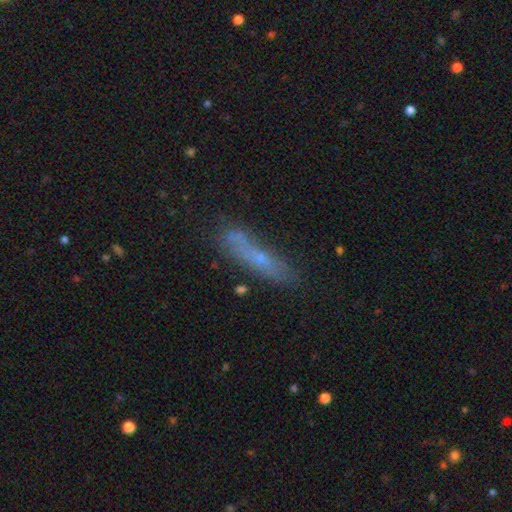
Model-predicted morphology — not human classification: Smooth or featured: smooth — 52% (featured or disk — 36%)
How rounded: cigar-shaped — 82% (in between — 16%)
Merging: none — 63% (minor disturbance — 22%)